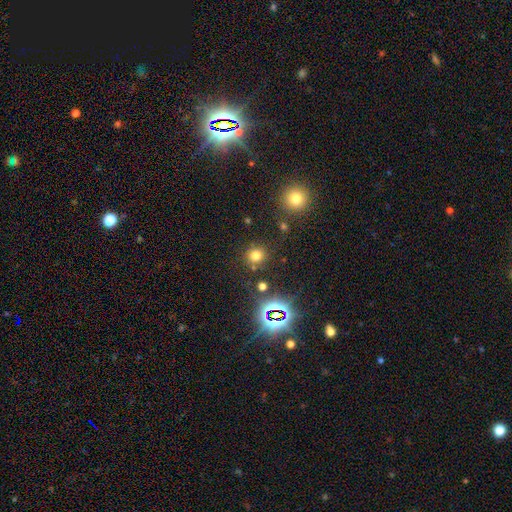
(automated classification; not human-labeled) smooth-or-featured: smooth: 69% | star or artifact: 24% | featured or disk: 7%
  how-rounded: round: 89% | in between: 10% | cigar-shaped: 1%
  merging: none: 83% | minor disturbance: 8% | merger: 5% | major disturbance: 4%